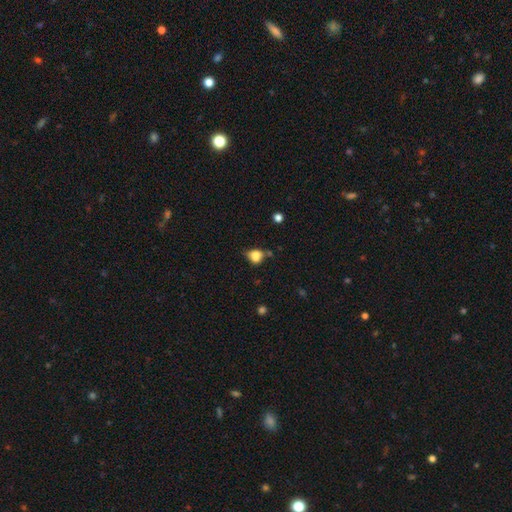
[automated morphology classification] type=smooth (76%); roundness=round (49%, tied with in between); merging=none (41%).